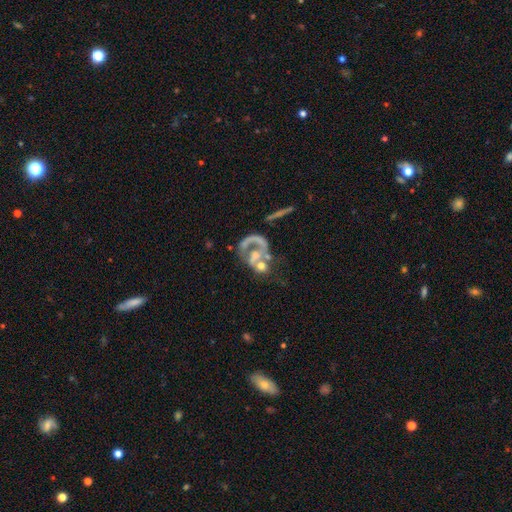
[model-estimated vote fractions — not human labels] Smooth or featured? Predicted: featured or disk (p=0.69). Edge-on disk? Predicted: no (p=0.96). Bar? Predicted: no (p=0.77). Spiral arms? Predicted: yes (p=0.53). Bulge size? Predicted: moderate (p=0.32). Merging? Predicted: merger (p=0.39).